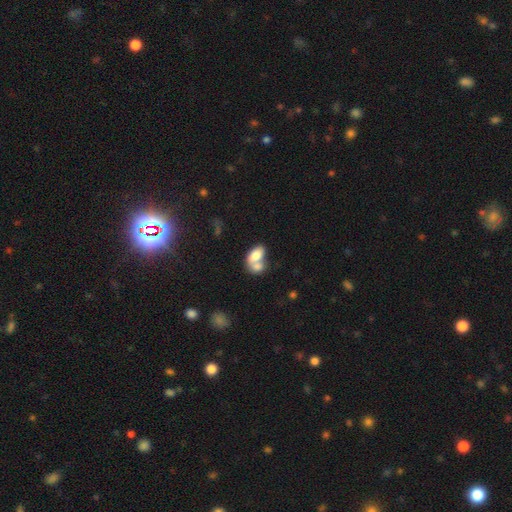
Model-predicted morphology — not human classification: type=smooth (73%); roundness=in between (89%); merging=merger (71%).